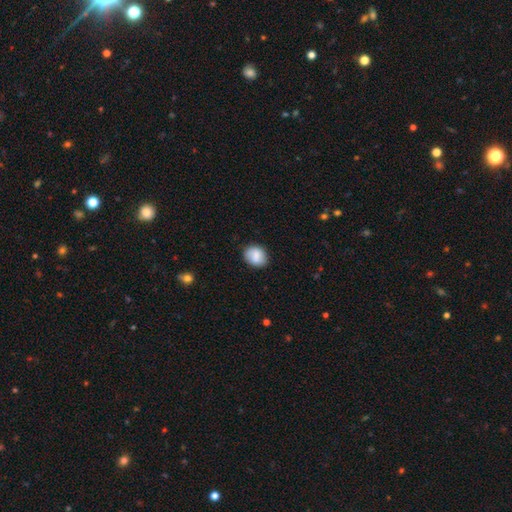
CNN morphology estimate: Smooth or featured: smooth — 81% (featured or disk — 11%)
How rounded: round — 58% (in between — 41%)
Merging: none — 82% (minor disturbance — 13%)